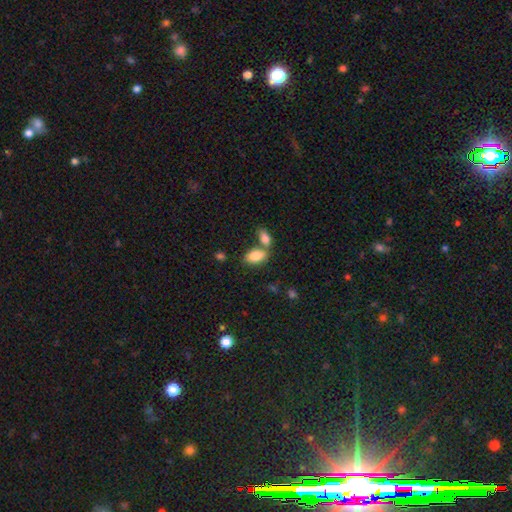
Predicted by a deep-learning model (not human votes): Smooth or featured: smooth — 84% (featured or disk — 9%)
How rounded: in between — 92% (round — 5%)
Merging: none — 48% (merger — 38%)